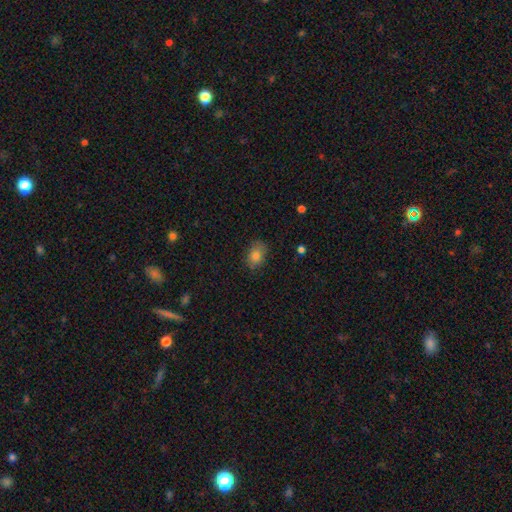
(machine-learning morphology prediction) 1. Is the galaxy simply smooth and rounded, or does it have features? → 80% smooth, 11% star or artifact, 9% featured or disk.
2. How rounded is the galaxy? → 74% in between, 25% round, 1% cigar-shaped.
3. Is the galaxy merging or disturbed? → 78% none, 17% minor disturbance, 4% major disturbance, 1% merger.